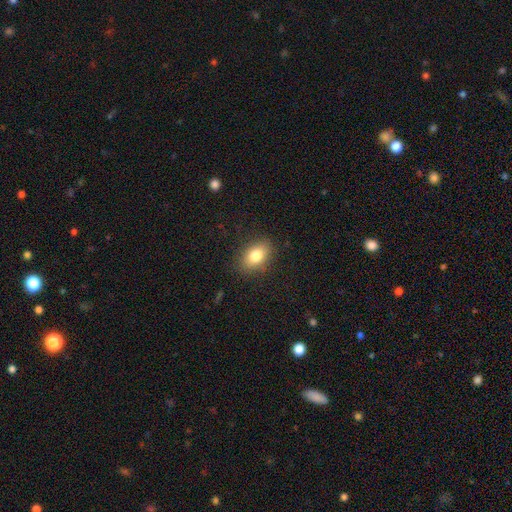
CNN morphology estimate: A smooth galaxy with no disk features (80%) that is in between round and cigar-shaped (82%).

Vote fractions:
- Smooth or featured? smooth: 80% / featured or disk: 11% / star or artifact: 9%
- How rounded? in between: 82% / round: 17% / cigar-shaped: 2%
- Merging? none: 86% / minor disturbance: 10% / major disturbance: 3% / merger: 1%